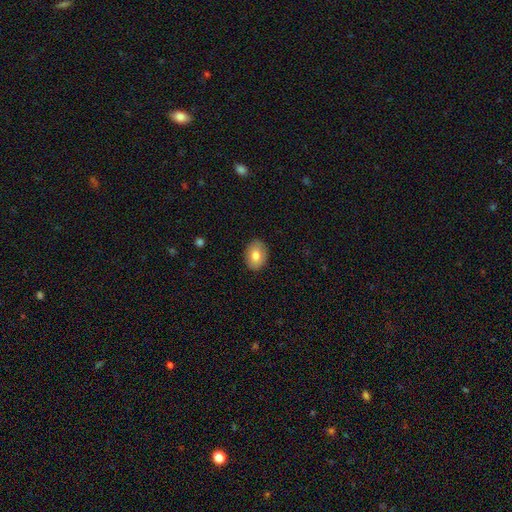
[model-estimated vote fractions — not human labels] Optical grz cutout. It shows a smooth galaxy with no disk features (78%) that is in between round and cigar-shaped (68%). Merging: none (87%).